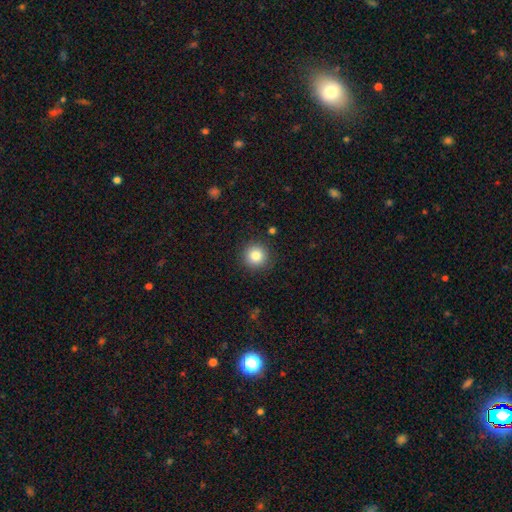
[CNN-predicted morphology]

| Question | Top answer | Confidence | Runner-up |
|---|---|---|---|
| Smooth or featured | smooth | 84% | star or artifact (11%) |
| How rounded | round | 95% | in between (4%) |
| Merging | none | 89% | minor disturbance (7%) |